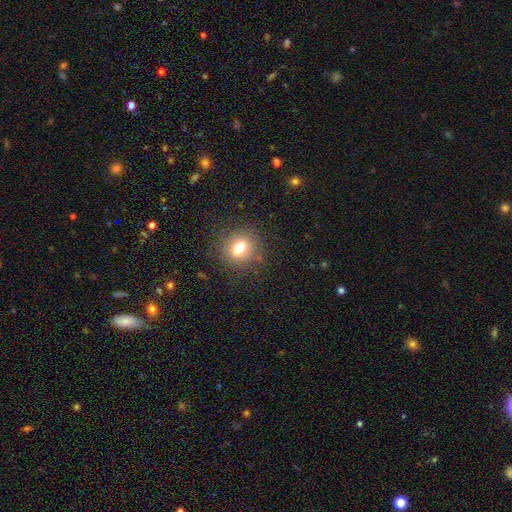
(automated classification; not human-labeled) A smooth galaxy with no disk features (70%) that is round (88%). Merging: none (90%).